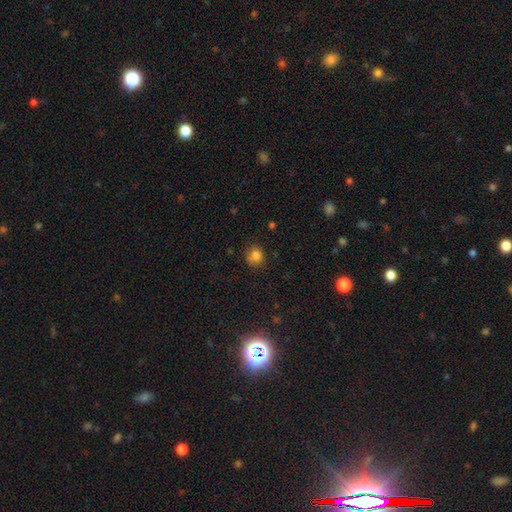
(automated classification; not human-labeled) Smooth or featured? smooth (82%)
How rounded? round (79%)
Merging? none (76%)